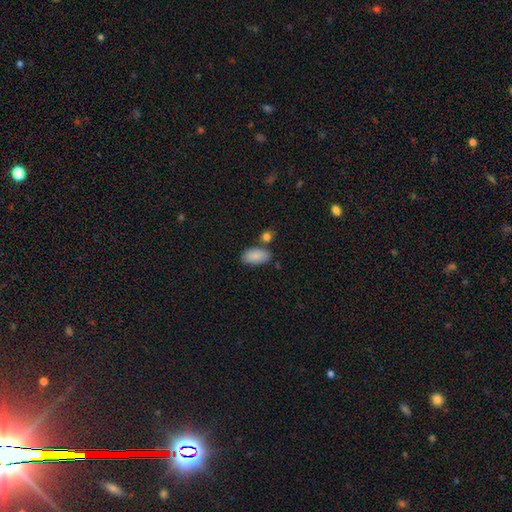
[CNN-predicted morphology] Overall: smooth (87%). How rounded: in between (94%). Merging: none (69%).